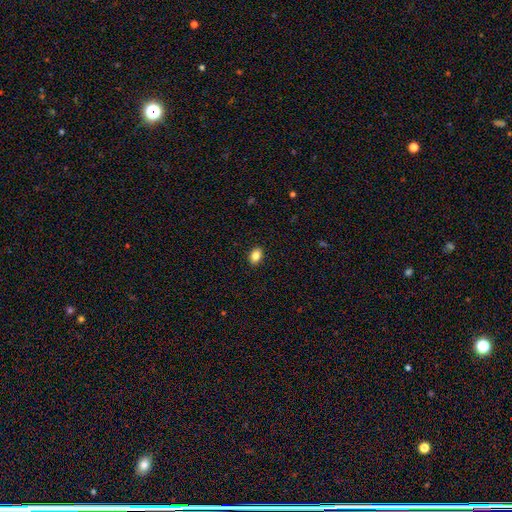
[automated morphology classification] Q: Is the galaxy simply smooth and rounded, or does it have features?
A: smooth — 85%.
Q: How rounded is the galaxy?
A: in between — 85%.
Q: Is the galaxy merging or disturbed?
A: none — 90%.